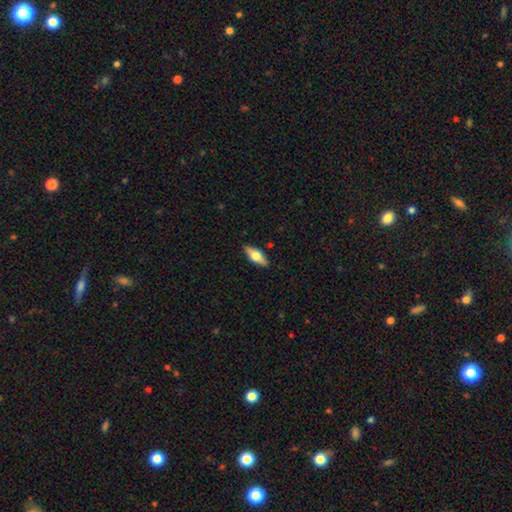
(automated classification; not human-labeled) smooth 47% (tied), featured or disk 47% (tied), star or artifact 6%. Down the decision tree: merging — none (89%).